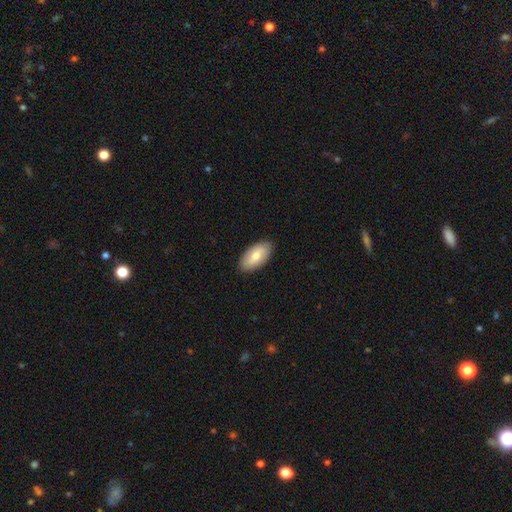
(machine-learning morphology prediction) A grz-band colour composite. It shows a smooth galaxy with no disk features (70%) that is in between round and cigar-shaped (94%). Merging: none (89%).